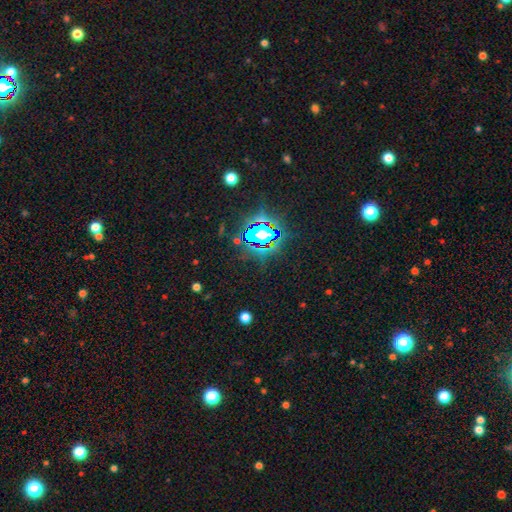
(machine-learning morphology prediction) A star or artifact, not a galaxy (83%).